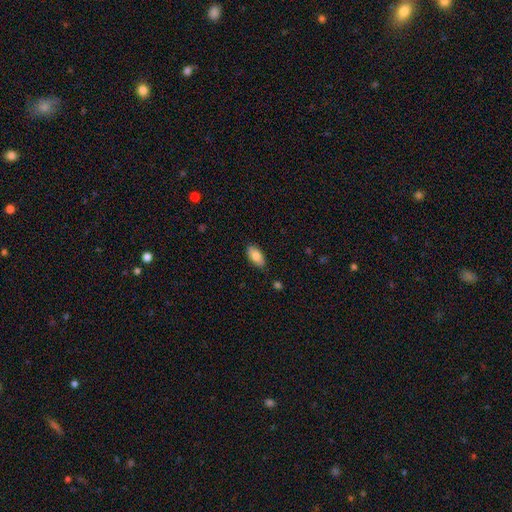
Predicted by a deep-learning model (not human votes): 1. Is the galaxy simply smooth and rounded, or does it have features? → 83% smooth, 10% featured or disk, 7% star or artifact.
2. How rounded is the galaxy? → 90% in between, 7% cigar-shaped, 2% round.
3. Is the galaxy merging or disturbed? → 85% none, 11% minor disturbance, 2% major disturbance, 1% merger.